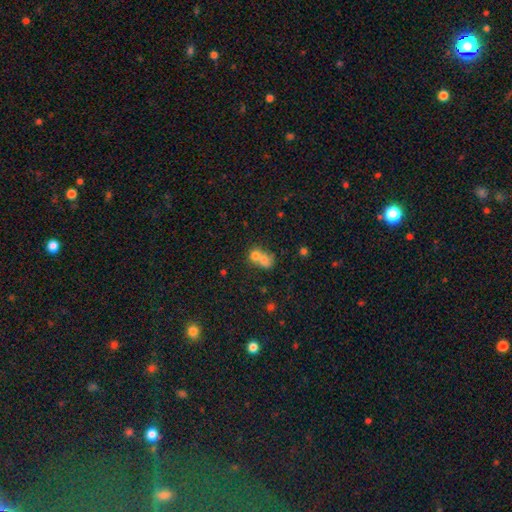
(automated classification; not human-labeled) Smooth or featured? Predicted: smooth (p=0.70). How rounded? Predicted: round (p=0.63). Merging? Predicted: merger (p=0.71).